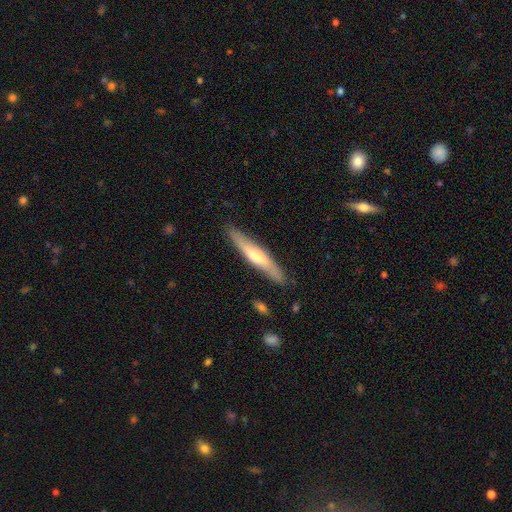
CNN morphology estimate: smooth 49%, featured or disk 46%, star or artifact 5%. Down the decision tree: merging — none (85%).